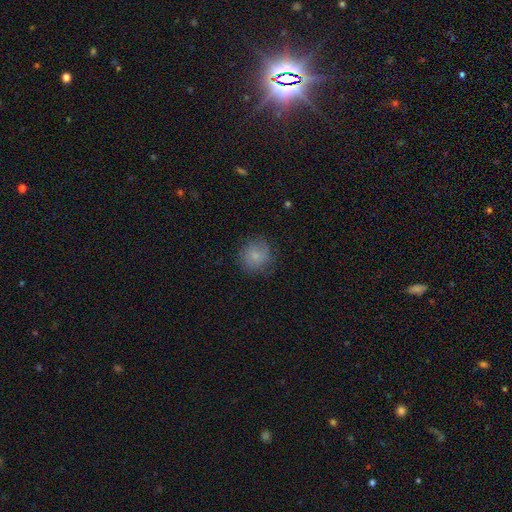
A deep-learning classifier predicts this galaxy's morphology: smooth_or_featured: smooth (p=0.78) [alt: featured or disk p=0.14]
how_rounded: round (p=0.89) [alt: in between p=0.10]
merging: none (p=0.77) [alt: minor disturbance p=0.17]